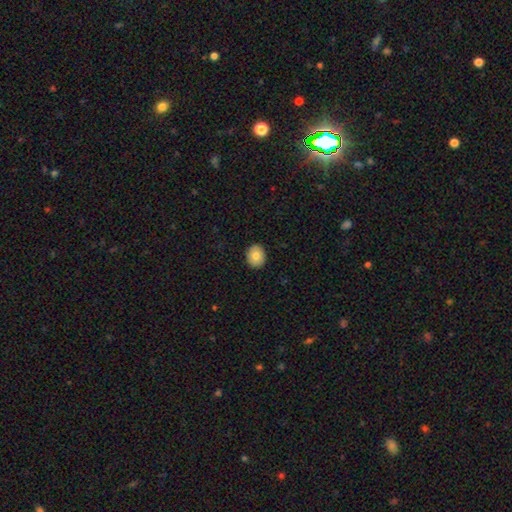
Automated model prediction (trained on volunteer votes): This is likely a smooth galaxy (80%). How rounded: likely round (62%). Merging: clearly none (90%).